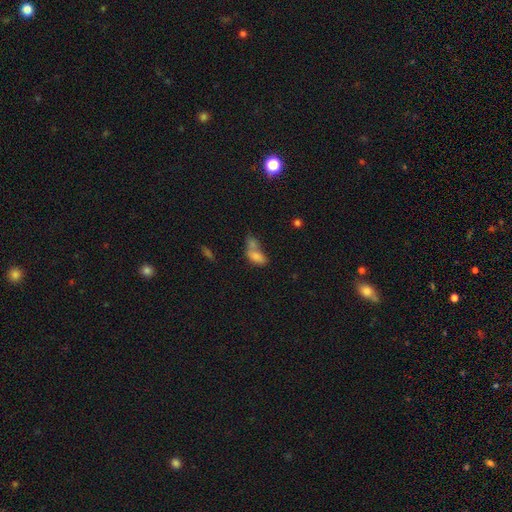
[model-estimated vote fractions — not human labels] This appears to be a smooth galaxy with no disk features (76%) that is in between round and cigar-shaped (86%). Merging: merger (57%).